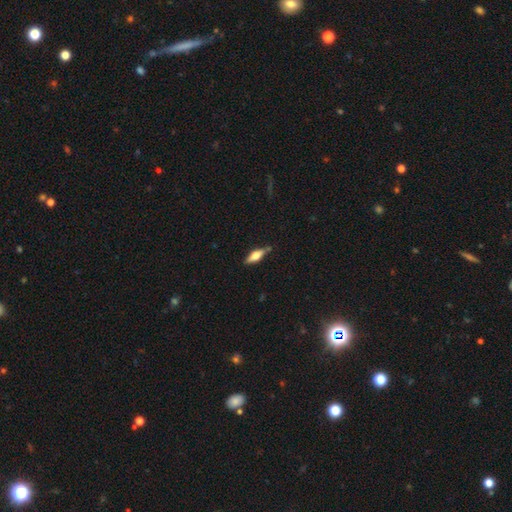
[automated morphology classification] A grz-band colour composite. It shows a smooth galaxy with no disk features (49%). Merging: none (79%).